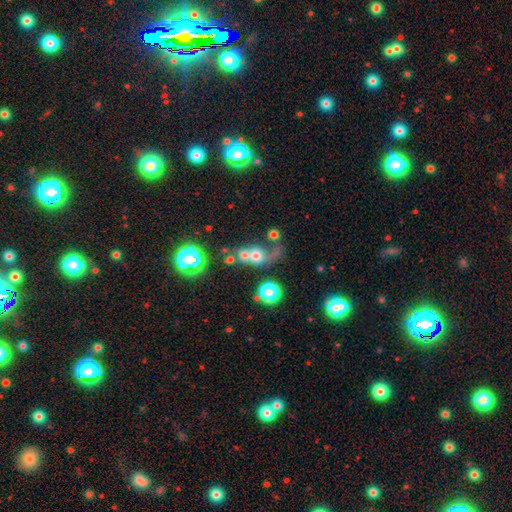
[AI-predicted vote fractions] A smooth galaxy with no disk features (52%) that is round (75%).

Vote fractions:
- Smooth or featured? smooth: 52% / featured or disk: 30% / star or artifact: 19%
- How rounded? round: 75% / in between: 23% / cigar-shaped: 2%
- Merging? merger: 54% / none: 21% / major disturbance: 17% / minor disturbance: 8%